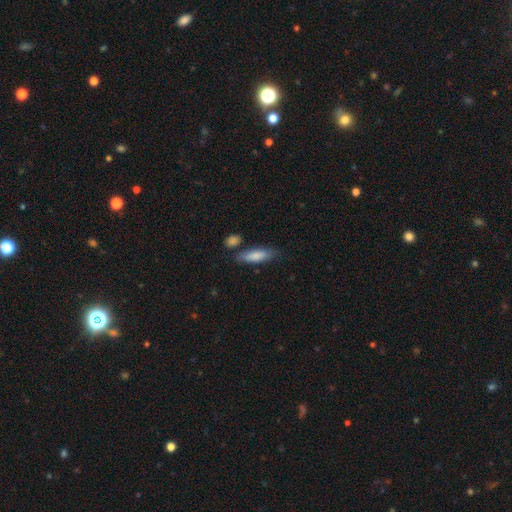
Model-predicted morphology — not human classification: Smooth or featured? Predicted: smooth (p=0.80). How rounded? Predicted: cigar-shaped (p=0.50). Merging? Predicted: none (p=0.70).